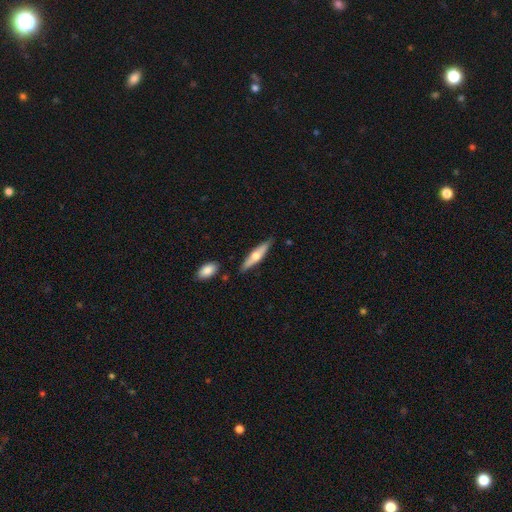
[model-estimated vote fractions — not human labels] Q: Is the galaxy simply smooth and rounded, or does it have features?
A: featured or disk — 48%.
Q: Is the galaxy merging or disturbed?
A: none — 83%.